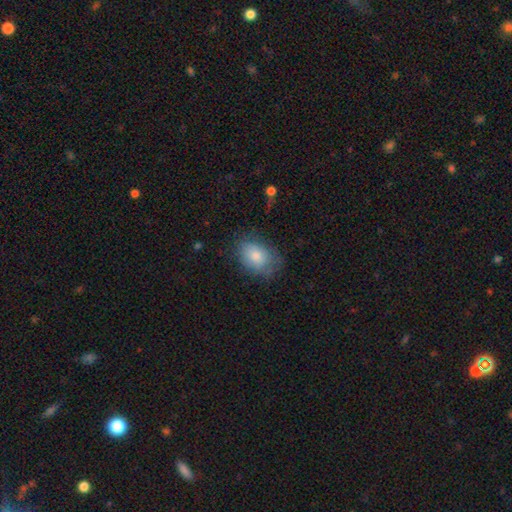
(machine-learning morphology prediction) Smooth or featured: smooth — 77% (featured or disk — 15%)
How rounded: in between — 78% (round — 21%)
Merging: none — 66% (minor disturbance — 25%)